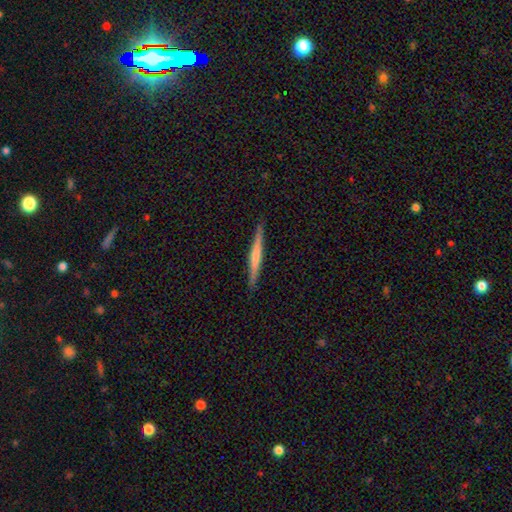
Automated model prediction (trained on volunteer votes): Smooth or featured? featured or disk (62%)
Edge-on disk? yes (98%)
Edge-on bulge? rounded (54%)
Merging? none (92%)